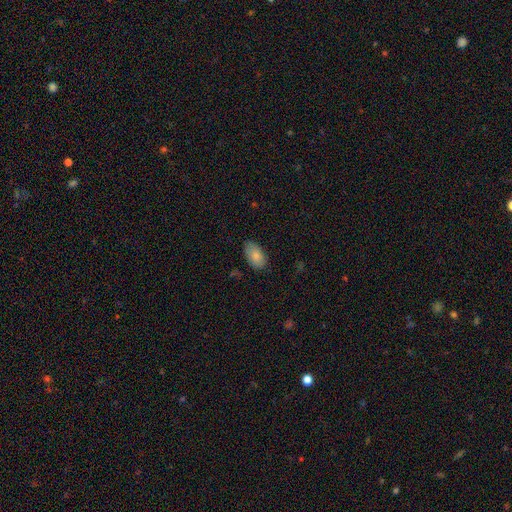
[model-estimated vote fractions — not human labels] Overall: smooth (85%). How rounded: in between (93%). Merging: none (79%).